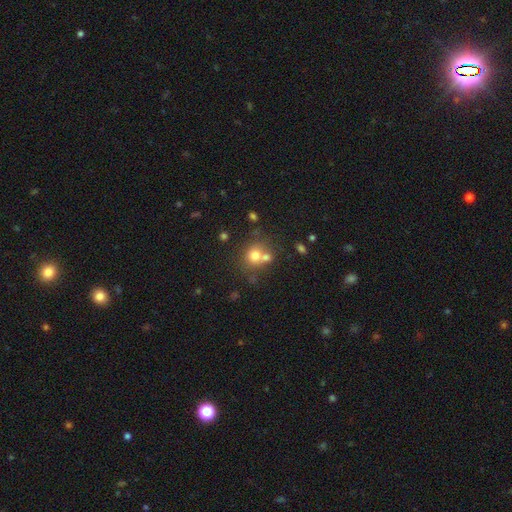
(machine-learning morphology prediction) Smooth or featured?
  - smooth: 72% *
  - featured or disk: 14%
  - star or artifact: 14%
How rounded?
  - round: 79% *
  - in between: 21%
  - cigar-shaped: 1%
Merging?
  - none: 47% *
  - merger: 40%
  - minor disturbance: 9%
  - major disturbance: 4%